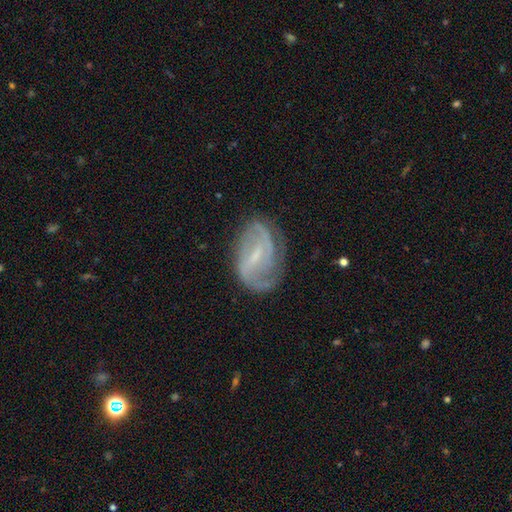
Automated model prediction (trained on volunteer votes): Smooth or featured? Predicted: featured or disk (p=0.82). Edge-on disk? Predicted: no (p=0.96). Bar? Predicted: weak (p=0.50). Spiral arms? Predicted: yes (p=0.93). Spiral winding? Predicted: medium (p=0.45). Spiral arm count? Predicted: 2 (p=0.61). Bulge size? Predicted: small (p=0.67). Merging? Predicted: none (p=0.69).